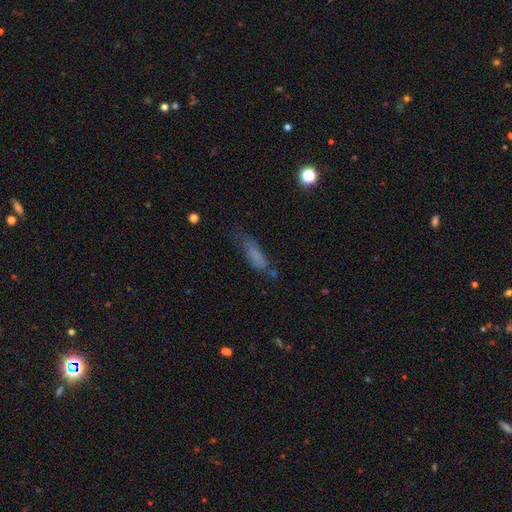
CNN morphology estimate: smooth 68%, featured or disk 19%, star or artifact 13%. Down the decision tree: how rounded — cigar-shaped (61%); merging — none (51%).